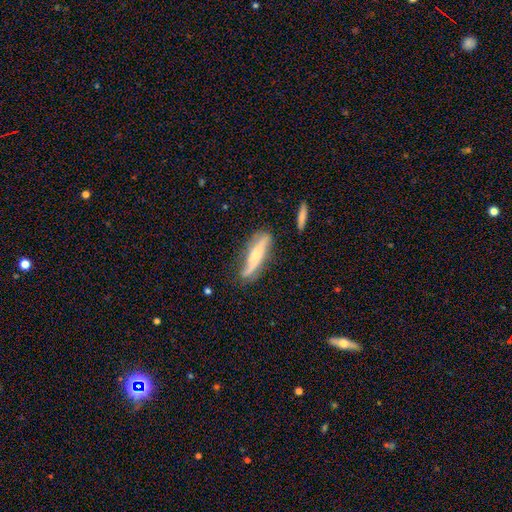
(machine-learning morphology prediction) A featured or disk galaxy (59%).

Vote fractions:
- Smooth or featured? featured or disk: 59% / smooth: 34% / star or artifact: 7%
- Edge-on disk? no: 54% / yes: 46%
- Merging? none: 65% / minor disturbance: 24% / major disturbance: 7% / merger: 4%